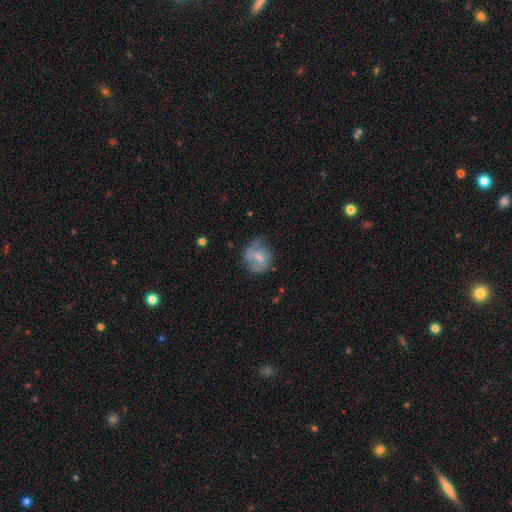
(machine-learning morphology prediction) Smooth or featured? featured or disk (48%)
Merging? none (49%)